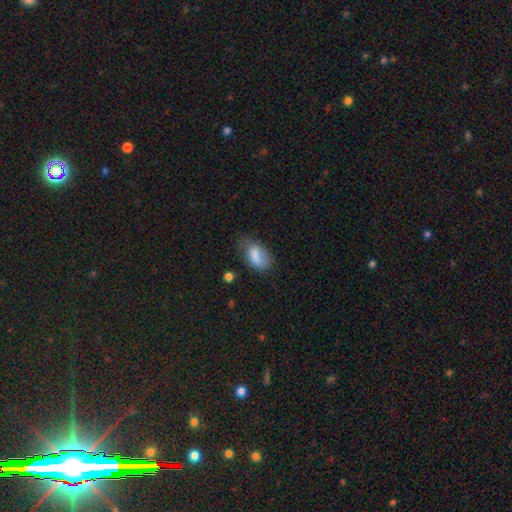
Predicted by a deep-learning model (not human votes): Smooth or featured? smooth (78%)
How rounded? in between (90%)
Merging? none (45%)